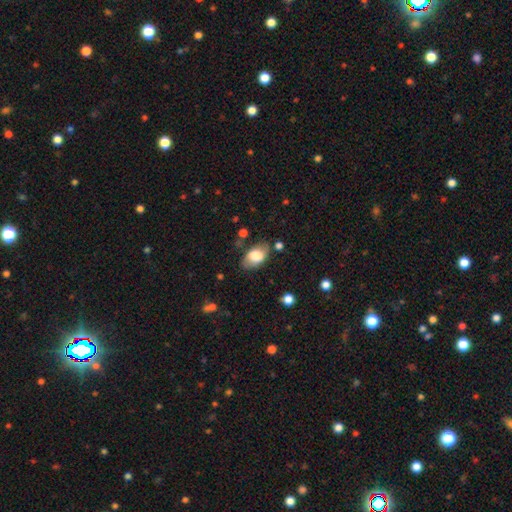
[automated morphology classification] Smooth or featured? Predicted: smooth (p=0.72). How rounded? Predicted: in between (p=0.90). Merging? Predicted: none (p=0.73).